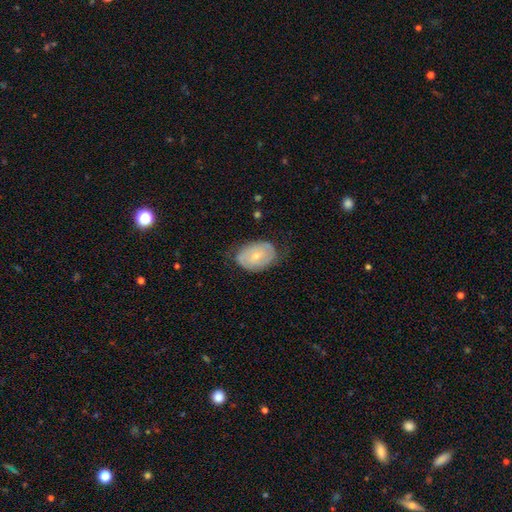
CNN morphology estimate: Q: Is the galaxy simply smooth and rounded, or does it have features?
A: featured or disk — 59%.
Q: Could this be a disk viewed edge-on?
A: no — 96%.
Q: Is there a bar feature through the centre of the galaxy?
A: no — 63%.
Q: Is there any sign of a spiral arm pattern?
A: yes — 72%.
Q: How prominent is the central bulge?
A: small — 61%.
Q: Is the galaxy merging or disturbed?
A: none — 67%.